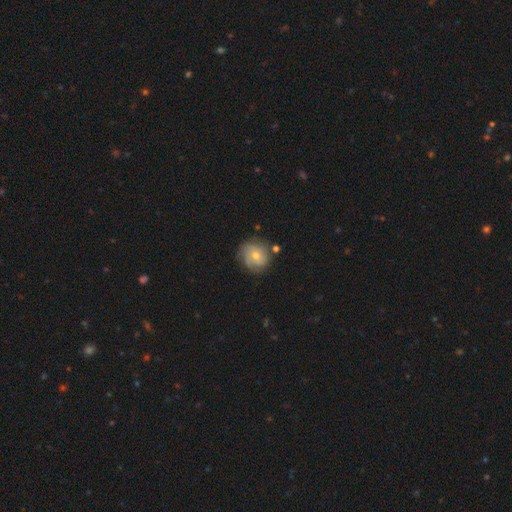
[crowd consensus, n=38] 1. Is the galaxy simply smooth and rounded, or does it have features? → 68% featured or disk, 26% smooth, 5% star or artifact.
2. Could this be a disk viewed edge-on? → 100% no, 0% yes.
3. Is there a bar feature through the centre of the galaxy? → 77% no, 23% weak, 0% strong.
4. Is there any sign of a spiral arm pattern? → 92% yes, 8% no.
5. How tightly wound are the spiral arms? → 67% medium, 25% tight, 8% loose.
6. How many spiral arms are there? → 42% 3, 25% can't tell, 21% 2, 12% 4, 0% 1, 0% more than 4.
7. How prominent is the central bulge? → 73% moderate, 27% small, 0% dominant, 0% large, 0% none.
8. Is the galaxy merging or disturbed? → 86% none, 8% major disturbance, 6% minor disturbance, 0% merger.